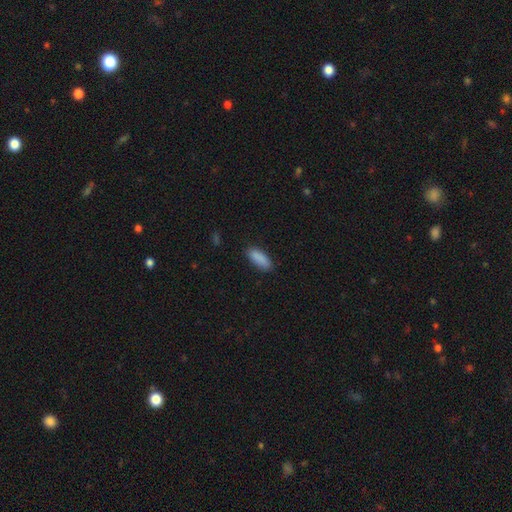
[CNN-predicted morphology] Smooth or featured?
  - smooth: 90% *
  - star or artifact: 7%
  - featured or disk: 4%
How rounded?
  - in between: 71% *
  - cigar-shaped: 27%
  - round: 2%
Merging?
  - none: 87% *
  - minor disturbance: 10%
  - major disturbance: 2%
  - merger: 1%